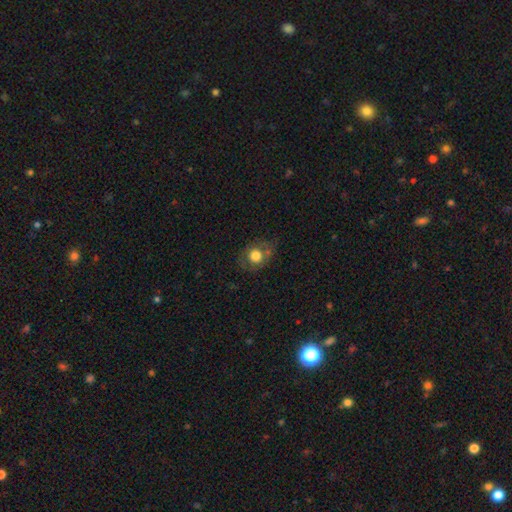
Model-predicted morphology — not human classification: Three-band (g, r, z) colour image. It shows a smooth galaxy with no disk features (68%) that is round (70%). Merging: none (66%).